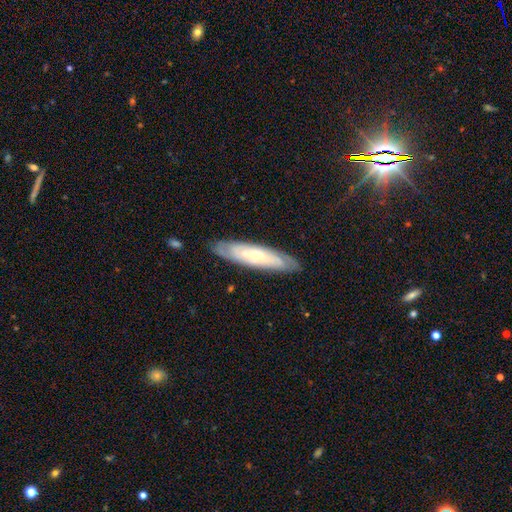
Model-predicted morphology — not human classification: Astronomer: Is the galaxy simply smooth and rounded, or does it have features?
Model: featured or disk — 62%.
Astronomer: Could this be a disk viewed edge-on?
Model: no — 62% (runner-up: yes, 38%).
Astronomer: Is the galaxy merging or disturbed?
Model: none — 84%.